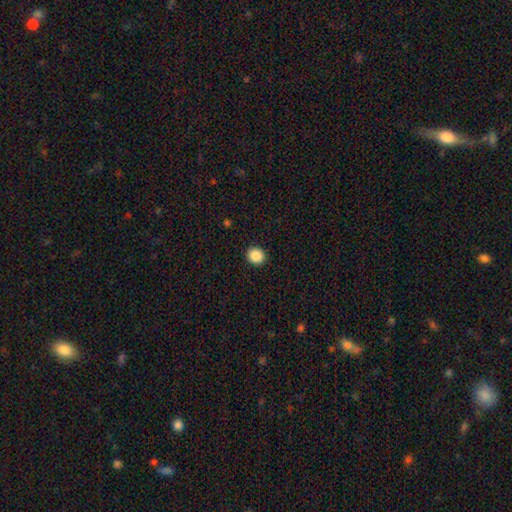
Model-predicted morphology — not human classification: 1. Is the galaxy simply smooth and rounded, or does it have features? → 87% smooth, 9% star or artifact, 3% featured or disk.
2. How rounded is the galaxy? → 80% round, 20% in between, 1% cigar-shaped.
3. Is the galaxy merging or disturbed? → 92% none, 5% minor disturbance, 2% major disturbance, 1% merger.